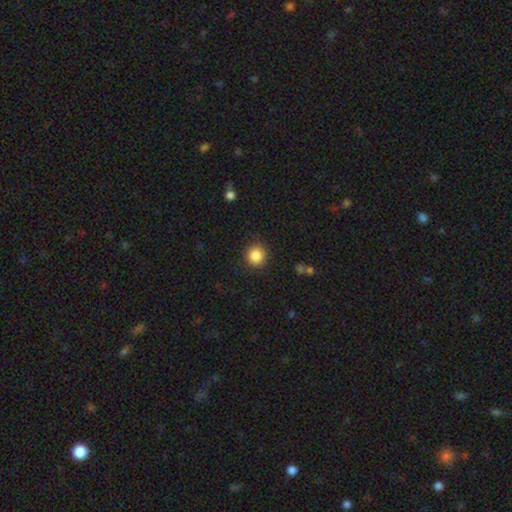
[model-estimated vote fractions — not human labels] This appears to be a smooth galaxy with no disk features (86%) that is round (92%). Merging: none (89%).